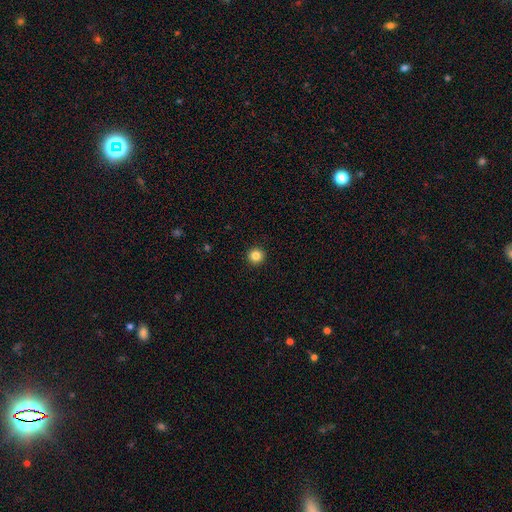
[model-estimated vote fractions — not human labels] smooth 84%, star or artifact 11%, featured or disk 4%. Down the decision tree: how rounded — round (96%); merging — none (94%).